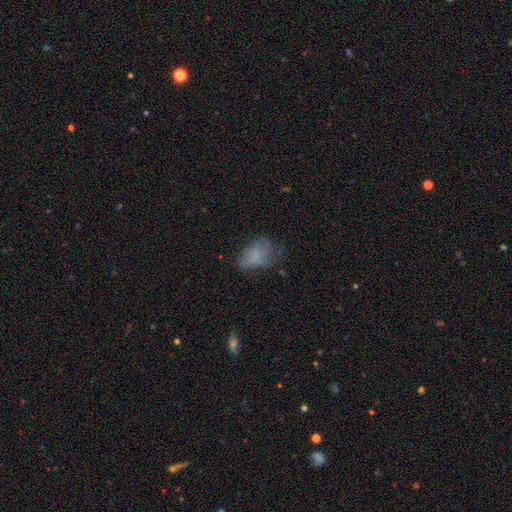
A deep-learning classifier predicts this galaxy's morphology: type=smooth (58%); roundness=in between (85%); merging=none (43%).